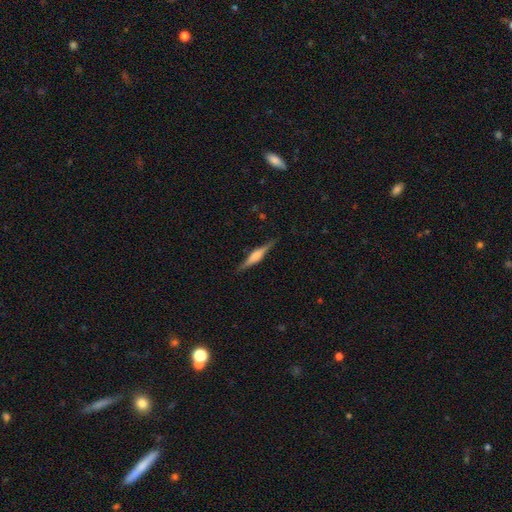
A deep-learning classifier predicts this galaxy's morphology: Smooth or featured: featured or disk — 71% (smooth — 23%)
Edge-on disk: yes — 98% (no — 2%)
Edge-on bulge: rounded — 63% (boxy — 31%)
Merging: none — 89% (minor disturbance — 8%)